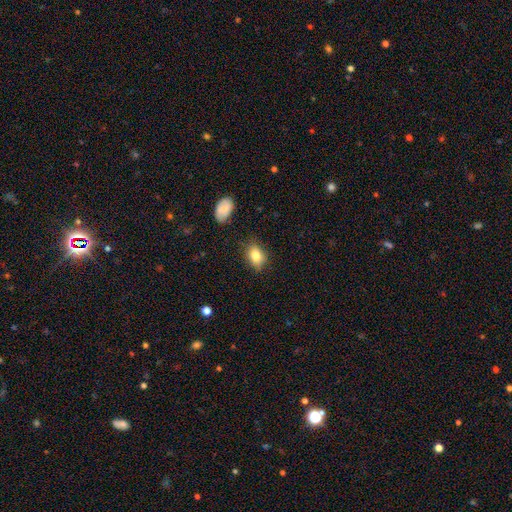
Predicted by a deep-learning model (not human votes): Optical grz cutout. It shows a smooth galaxy with no disk features (81%) that is in between round and cigar-shaped (77%). Merging: none (79%).